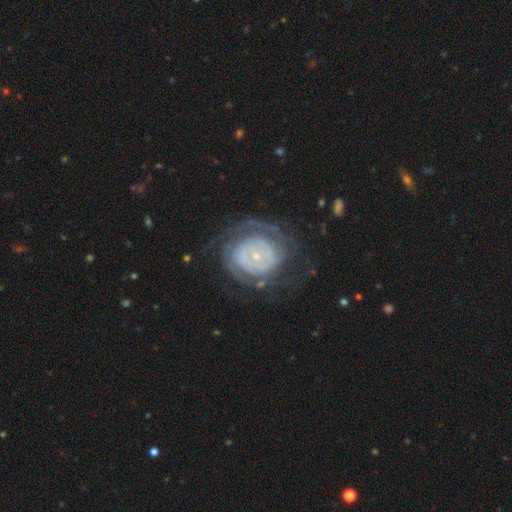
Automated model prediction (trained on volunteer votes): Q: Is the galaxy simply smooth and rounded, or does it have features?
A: featured or disk — 74%.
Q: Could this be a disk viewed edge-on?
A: no — 96%.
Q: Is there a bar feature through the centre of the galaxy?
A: no — 79%.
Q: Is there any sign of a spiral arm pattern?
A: yes — 74%.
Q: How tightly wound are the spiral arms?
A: tight — 74%.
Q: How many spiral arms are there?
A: can't tell — 52%.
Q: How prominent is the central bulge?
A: small — 82%.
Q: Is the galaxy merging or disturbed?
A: none — 65%.